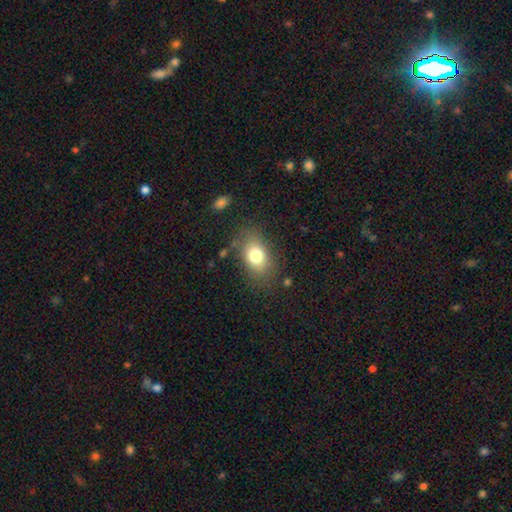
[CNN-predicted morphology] Smooth or featured: smooth — 75% (featured or disk — 14%)
How rounded: in between — 79% (round — 19%)
Merging: none — 79% (minor disturbance — 14%)